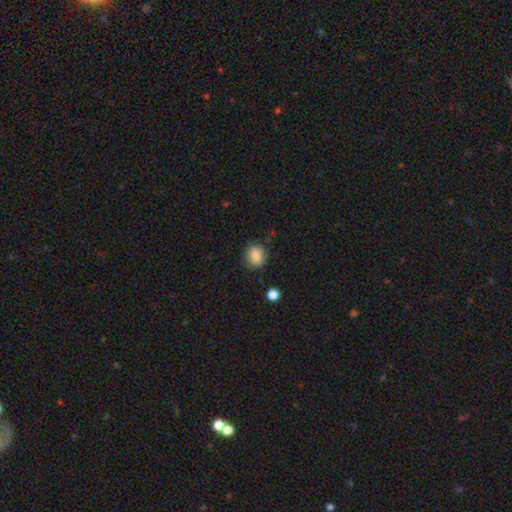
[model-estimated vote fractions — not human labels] This is clearly a smooth galaxy (82%). How rounded: possibly round (58%). Merging: likely none (77%).